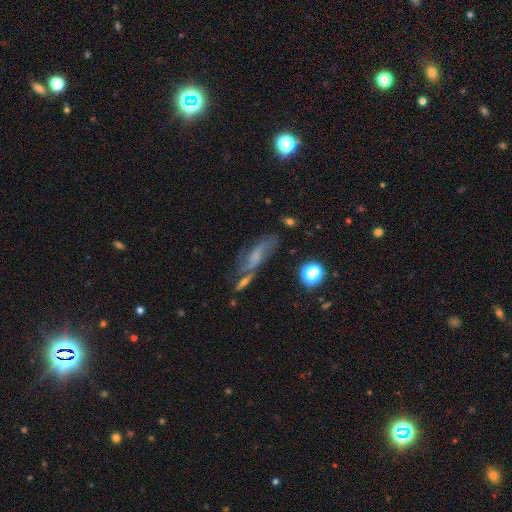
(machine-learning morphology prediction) type=featured or disk (54%); edge-on=no (82%); merging=none (45%).